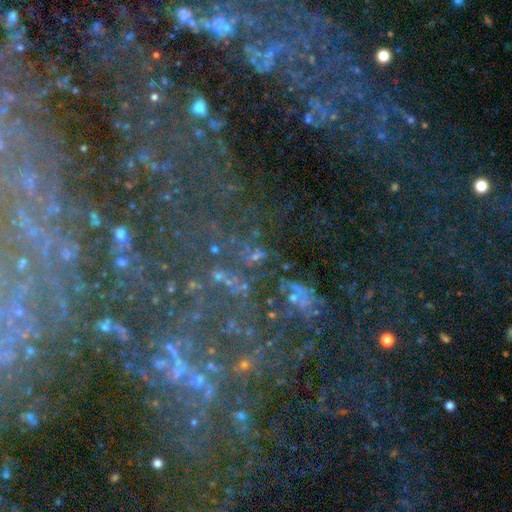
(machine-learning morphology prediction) smooth_or_featured: star or artifact (p=0.55) [alt: featured or disk p=0.26]